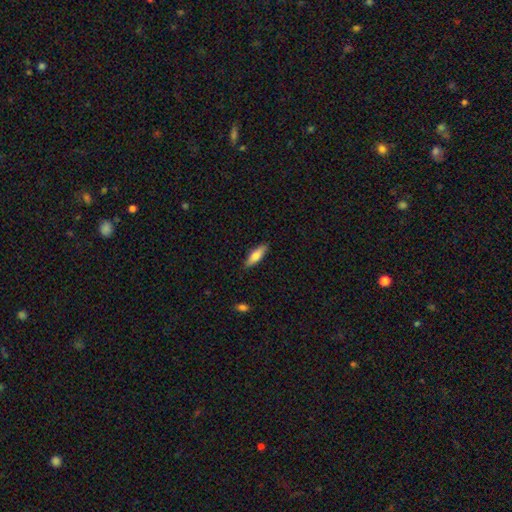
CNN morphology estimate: Smooth or featured: smooth — 74% (featured or disk — 20%)
How rounded: cigar-shaped — 49% (tied with in between — 49%)
Merging: none — 86% (minor disturbance — 10%)